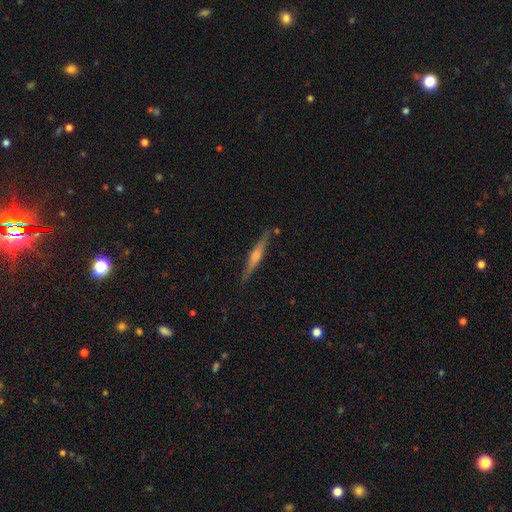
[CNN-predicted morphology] Smooth or featured: featured or disk — 64% (smooth — 30%)
Edge-on disk: yes — 97% (no — 3%)
Edge-on bulge: rounded — 74% (boxy — 14%)
Merging: none — 87% (minor disturbance — 9%)